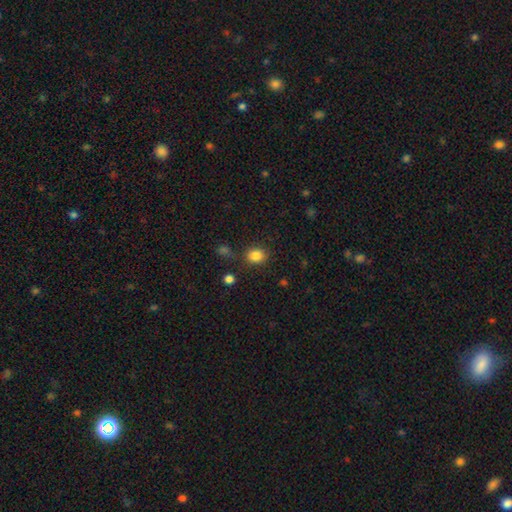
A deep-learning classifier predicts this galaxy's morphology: type=smooth (85%); roundness=round (63%); merging=none (81%).